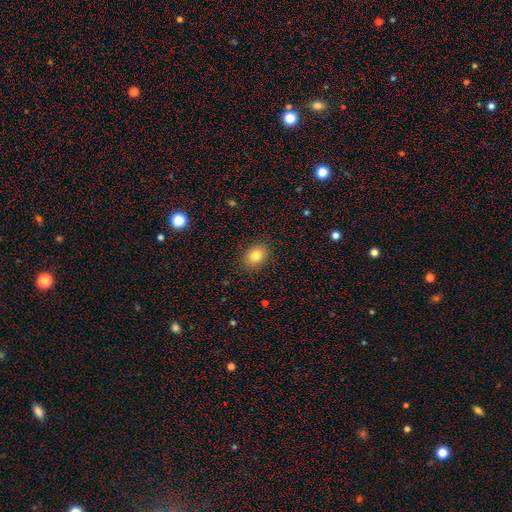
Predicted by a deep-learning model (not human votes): smooth-or-featured: smooth: 81% | star or artifact: 10% | featured or disk: 9%
  how-rounded: in between: 57% | round: 42% | cigar-shaped: 1%
  merging: none: 88% | minor disturbance: 8% | major disturbance: 2% | merger: 1%